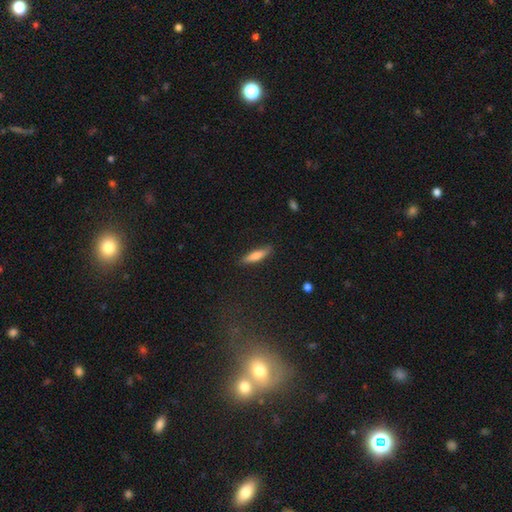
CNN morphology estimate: This is likely a smooth galaxy (73%). How rounded: likely cigar-shaped (75%). Merging: clearly none (86%).